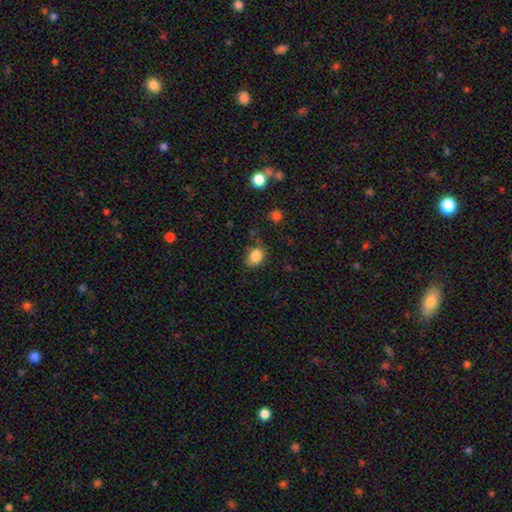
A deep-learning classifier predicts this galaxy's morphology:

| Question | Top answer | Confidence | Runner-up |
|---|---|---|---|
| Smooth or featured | smooth | 85% | star or artifact (10%) |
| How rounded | in between | 50% | round (49%) |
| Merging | none | 73% | minor disturbance (20%) |